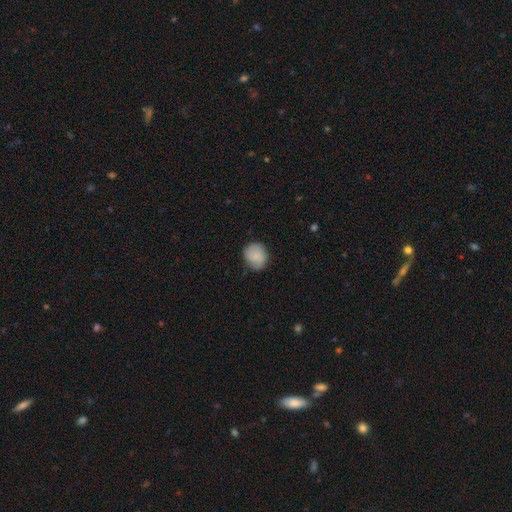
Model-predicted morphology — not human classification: Overall: smooth (82%). How rounded: round (73%). Merging: none (76%).